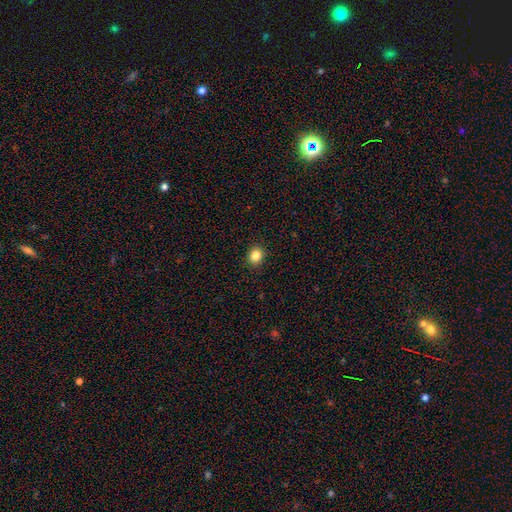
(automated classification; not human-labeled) This appears to be a smooth galaxy with no disk features (84%) that is round (75%). Merging: none (91%).